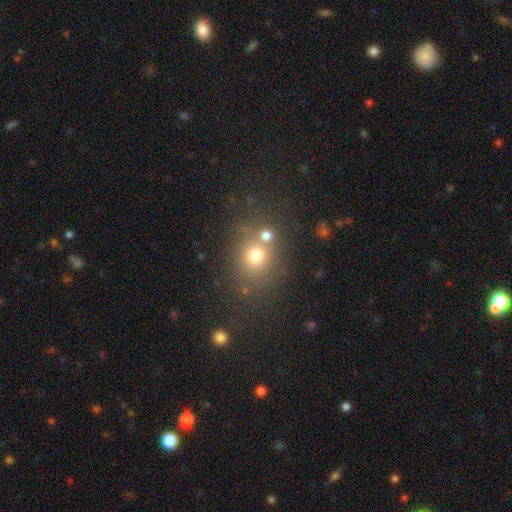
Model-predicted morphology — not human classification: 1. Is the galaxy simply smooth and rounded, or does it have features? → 70% smooth, 18% star or artifact, 12% featured or disk.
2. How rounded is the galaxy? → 73% round, 26% in between, 1% cigar-shaped.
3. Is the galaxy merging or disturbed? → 58% none, 25% merger, 11% minor disturbance, 5% major disturbance.